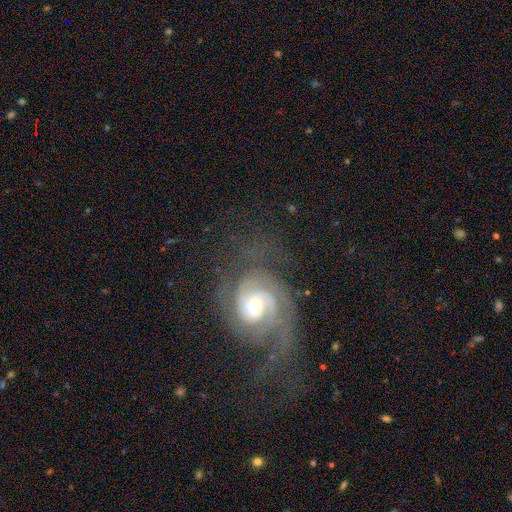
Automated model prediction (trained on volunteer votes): This is clearly a featured or disk galaxy (81%). It is clearly not viewed edge-on (97%). Bar: possibly no (55%). Spiral arm pattern: clearly yes (94%). Spiral arm count: possibly 2 (57%). Spiral winding: possibly medium (45%). Central bulge: possibly moderate (60%). Merging: possibly none (58%).